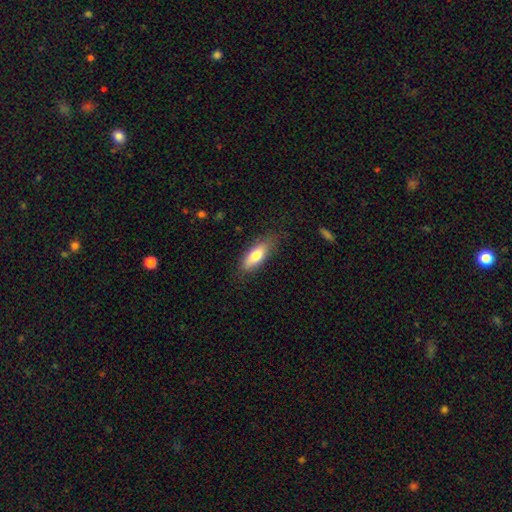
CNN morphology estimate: A smooth galaxy with no disk features (77%) that is in between round and cigar-shaped (71%). Merging: none (77%).